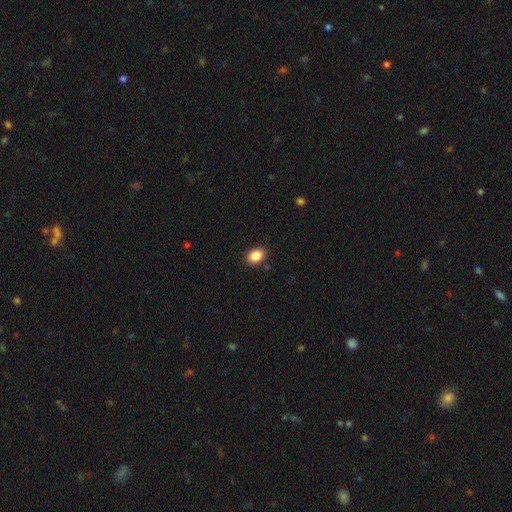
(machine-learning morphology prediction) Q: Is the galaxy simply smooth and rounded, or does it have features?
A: smooth — 87%.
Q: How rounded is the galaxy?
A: in between — 74%.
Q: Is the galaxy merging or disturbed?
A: none — 88%.